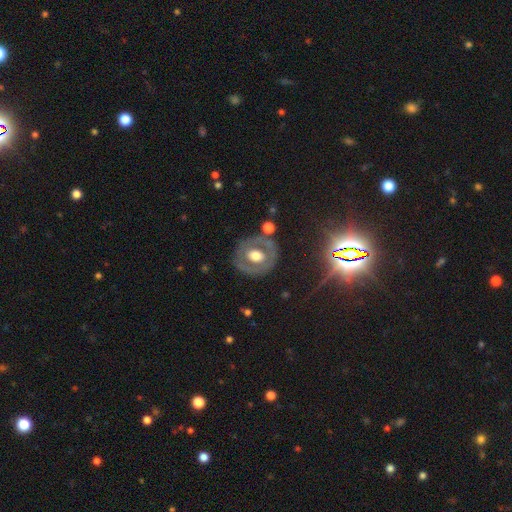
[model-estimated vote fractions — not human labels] Morphology: type=featured or disk (55%); edge-on=no (94%); bar=no (75%); spiral arms=no (83%); bulge=moderate (52%); merging=none (73%).